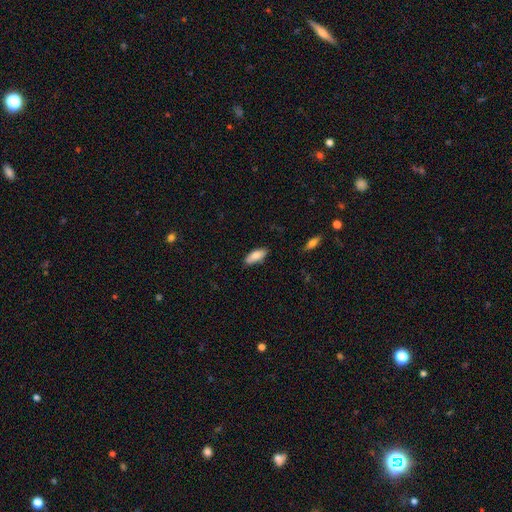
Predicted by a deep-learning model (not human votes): Overall: smooth (82%). How rounded: in between (81%). Merging: none (83%).